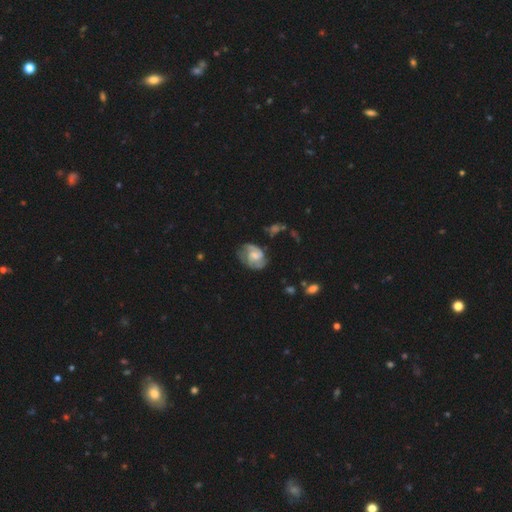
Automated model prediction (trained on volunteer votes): This appears to be a featured or disk galaxy (74%) with no bar (52%), 2 (64%) medium (45%) spiral arms (92%) and a moderate central bulge (42%). Merging: none (64%).